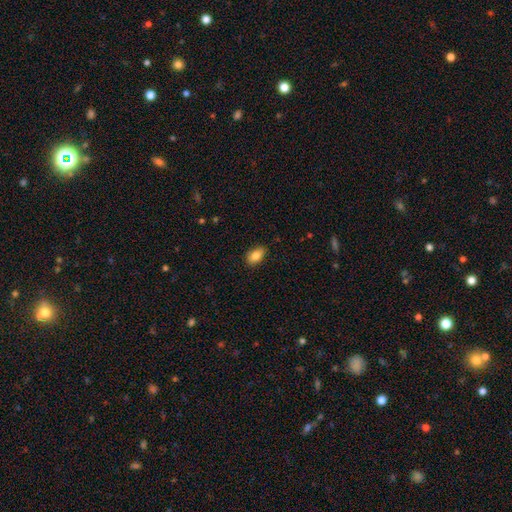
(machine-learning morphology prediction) The model was most divided on "merging": none: 83%, minor disturbance: 14%, major disturbance: 2%, merger: 1%. More confident: how rounded — in between (86%); smooth or featured — smooth (84%).